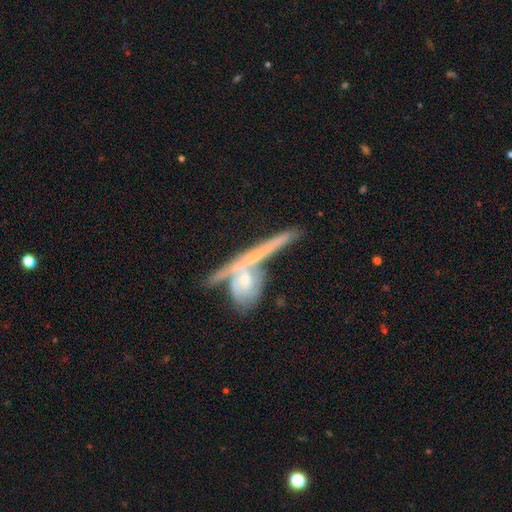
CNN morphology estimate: The model was most divided on "merging": merger: 41%, none: 40%, minor disturbance: 12%, major disturbance: 7%. More confident: edge-on disk — yes (75%); smooth or featured — featured or disk (66%).